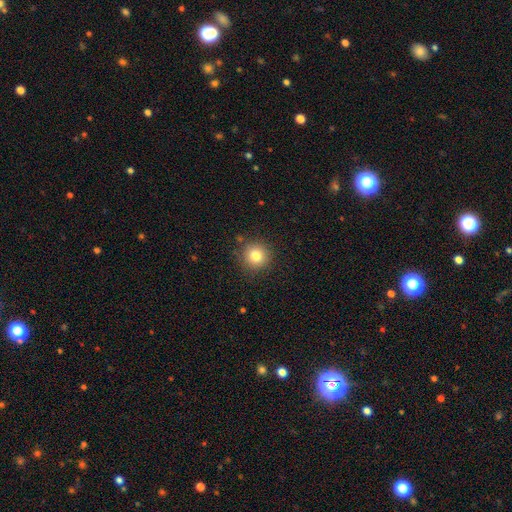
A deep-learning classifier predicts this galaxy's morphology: This is clearly a smooth galaxy (81%). How rounded: clearly round (93%). Merging: clearly none (86%).